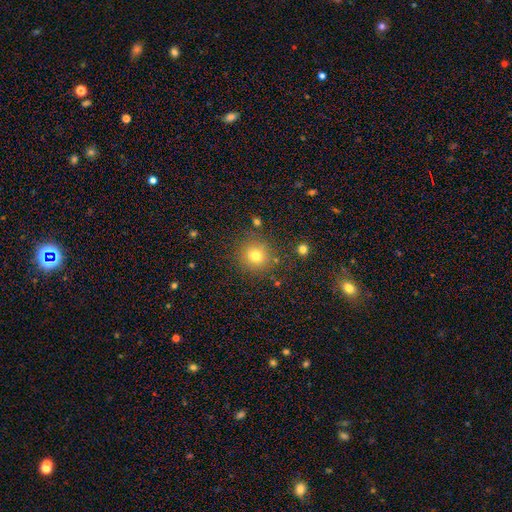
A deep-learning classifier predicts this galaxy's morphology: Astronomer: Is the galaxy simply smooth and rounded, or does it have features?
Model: smooth — 76%.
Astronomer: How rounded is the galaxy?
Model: round — 91%.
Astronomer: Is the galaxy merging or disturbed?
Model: none — 84%.